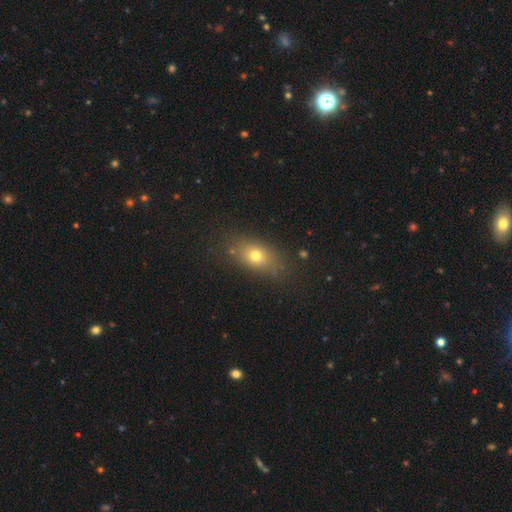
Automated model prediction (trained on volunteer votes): Smooth or featured? Predicted: smooth (p=0.69). How rounded? Predicted: in between (p=0.71). Merging? Predicted: none (p=0.75).